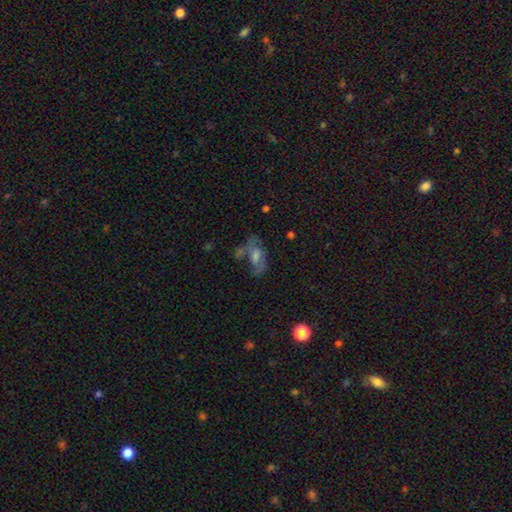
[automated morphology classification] A featured or disk galaxy (53%). Merging: none (47%).